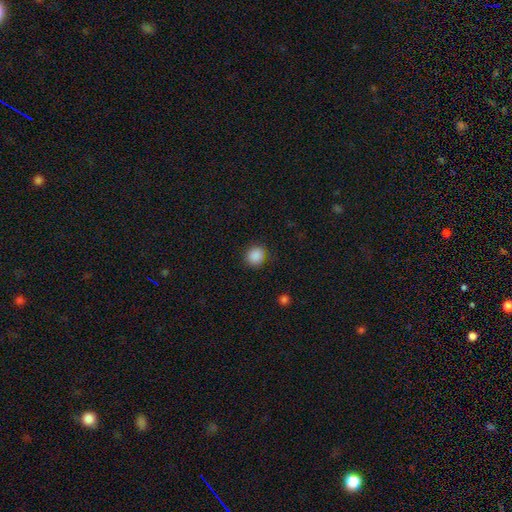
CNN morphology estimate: type=smooth (88%); roundness=round (81%); merging=none (86%).